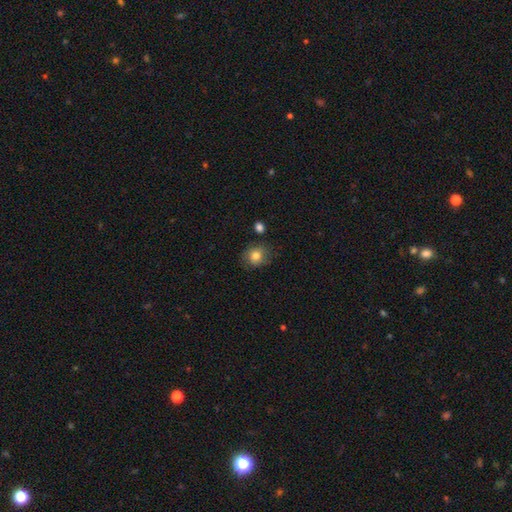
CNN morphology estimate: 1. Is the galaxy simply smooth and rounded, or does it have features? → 80% smooth, 11% featured or disk, 9% star or artifact.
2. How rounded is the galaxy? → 69% round, 30% in between, 1% cigar-shaped.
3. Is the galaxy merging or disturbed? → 73% none, 18% minor disturbance, 5% major disturbance, 3% merger.